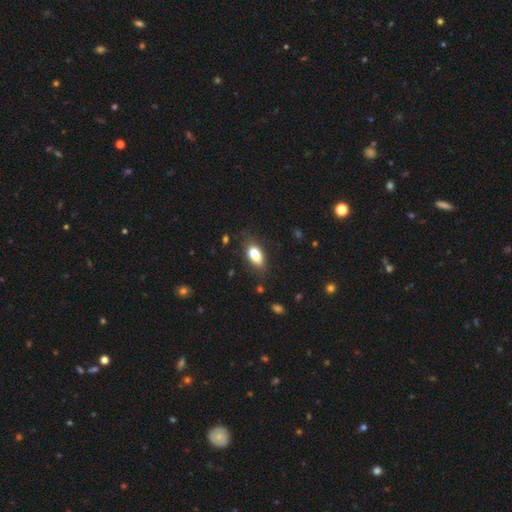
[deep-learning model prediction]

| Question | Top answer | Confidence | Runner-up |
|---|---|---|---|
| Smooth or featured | smooth | 76% | featured or disk (15%) |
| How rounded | in between | 86% | round (8%) |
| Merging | none | 62% | minor disturbance (19%) |